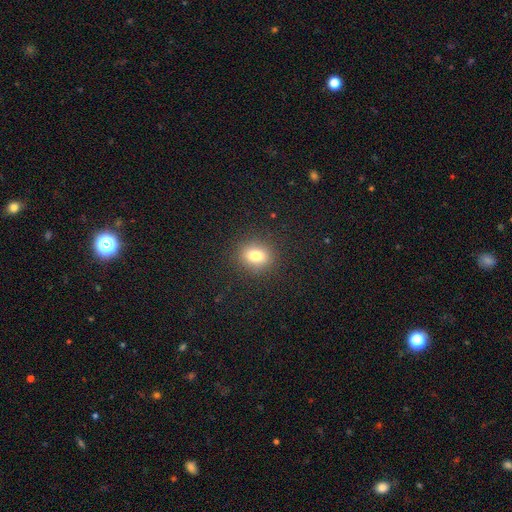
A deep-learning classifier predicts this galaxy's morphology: Smooth or featured?
  - smooth: 78% *
  - star or artifact: 13%
  - featured or disk: 9%
How rounded?
  - round: 59% *
  - in between: 40%
  - cigar-shaped: 1%
Merging?
  - none: 89% *
  - minor disturbance: 7%
  - major disturbance: 3%
  - merger: 1%